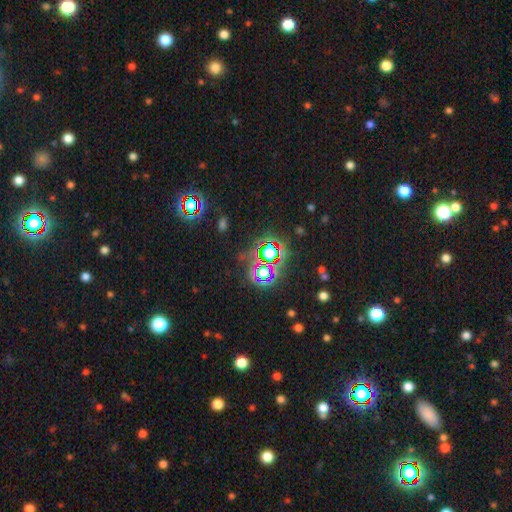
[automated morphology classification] This appears to be a star or artifact, not a galaxy (79%).